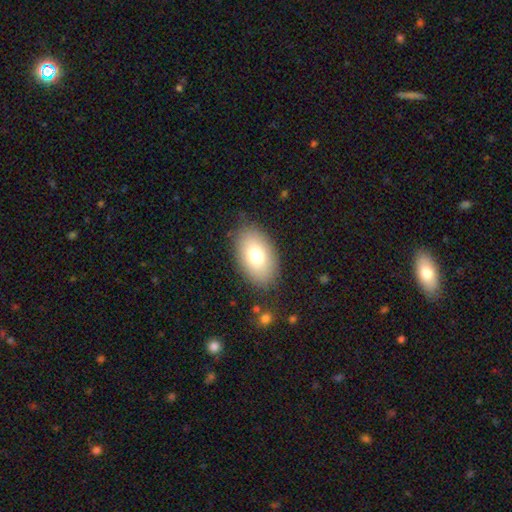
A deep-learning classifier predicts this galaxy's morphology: Overall: smooth (74%). How rounded: in between (88%). Merging: none (84%).